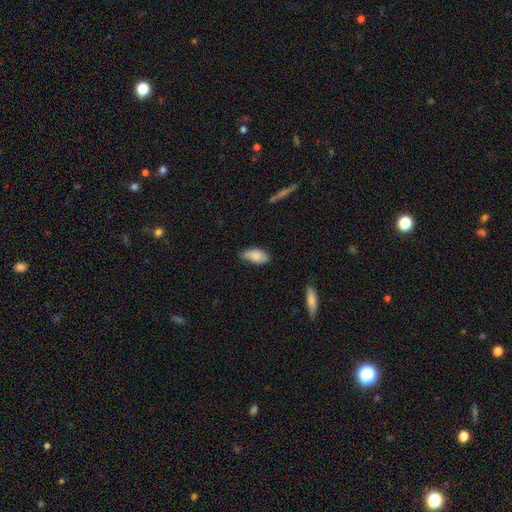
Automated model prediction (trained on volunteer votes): Smooth or featured: smooth — 84% (featured or disk — 10%)
How rounded: in between — 91% (cigar-shaped — 6%)
Merging: none — 69% (minor disturbance — 26%)